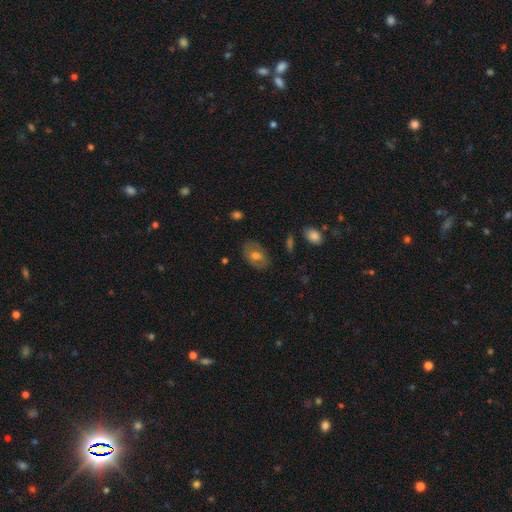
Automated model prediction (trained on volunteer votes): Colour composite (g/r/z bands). It shows a smooth galaxy with no disk features (61%) that is in between round and cigar-shaped (85%). Merging: none (80%).